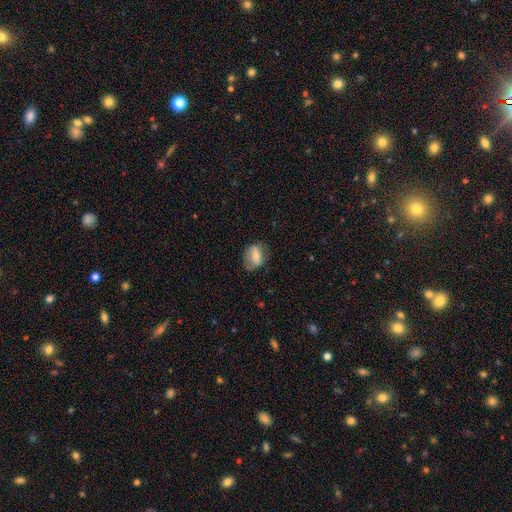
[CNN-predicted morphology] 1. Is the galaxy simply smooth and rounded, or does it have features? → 55% smooth, 37% featured or disk, 8% star or artifact.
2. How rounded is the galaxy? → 66% in between, 33% round, 2% cigar-shaped.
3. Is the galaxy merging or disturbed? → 65% none, 24% minor disturbance, 10% major disturbance, 1% merger.